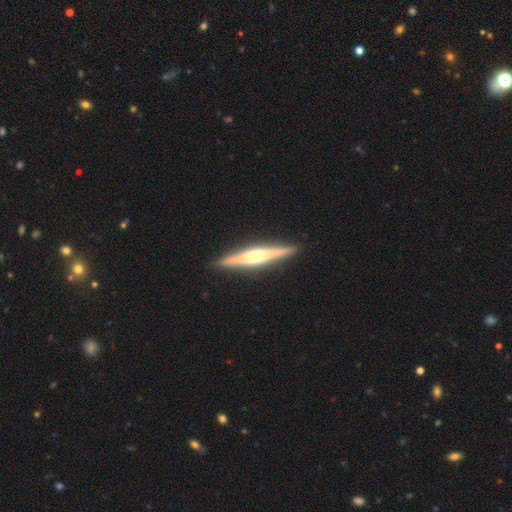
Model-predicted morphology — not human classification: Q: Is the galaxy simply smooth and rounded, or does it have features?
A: featured or disk — 79%.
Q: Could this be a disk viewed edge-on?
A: yes — 98%.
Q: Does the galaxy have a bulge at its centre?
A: rounded — 72%.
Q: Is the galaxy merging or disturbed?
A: none — 91%.